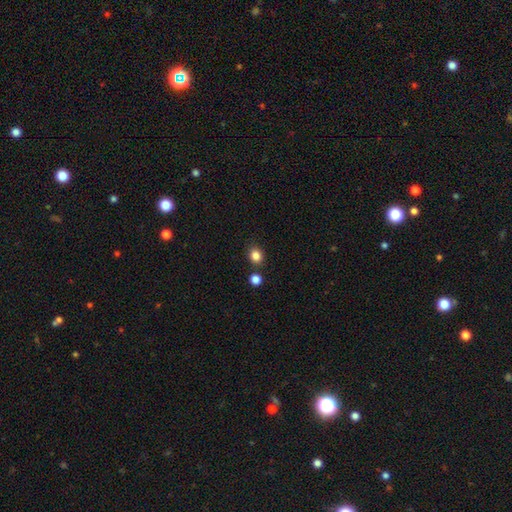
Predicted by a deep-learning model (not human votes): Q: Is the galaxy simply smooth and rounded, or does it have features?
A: smooth — 84%.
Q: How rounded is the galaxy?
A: round — 69%.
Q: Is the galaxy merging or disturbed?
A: none — 82%.